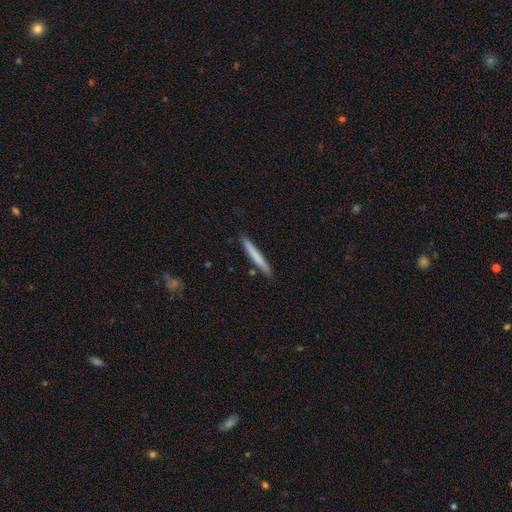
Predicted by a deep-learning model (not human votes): smooth 69%, featured or disk 26%, star or artifact 6%. Down the decision tree: how rounded — cigar-shaped (97%); merging — none (88%).